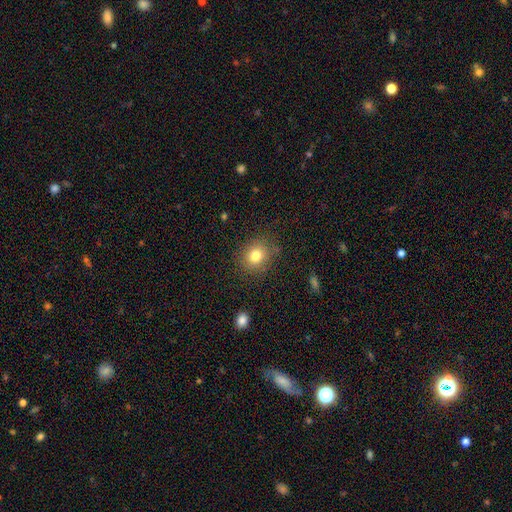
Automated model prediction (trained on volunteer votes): smooth-or-featured: smooth: 80% | star or artifact: 11% | featured or disk: 9%
  how-rounded: round: 68% | in between: 31% | cigar-shaped: 1%
  merging: none: 83% | minor disturbance: 11% | major disturbance: 4% | merger: 2%